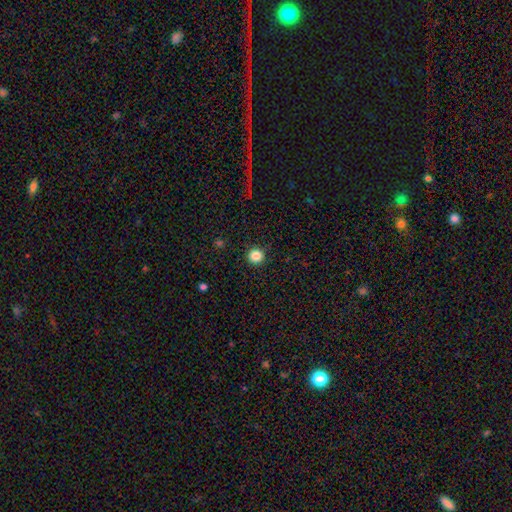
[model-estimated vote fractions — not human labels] Q: Smooth or featured?
A: smooth (85%); runner-up: star or artifact (11%)
Q: How rounded?
A: round (95%); runner-up: in between (4%)
Q: Merging?
A: none (93%); runner-up: minor disturbance (5%)